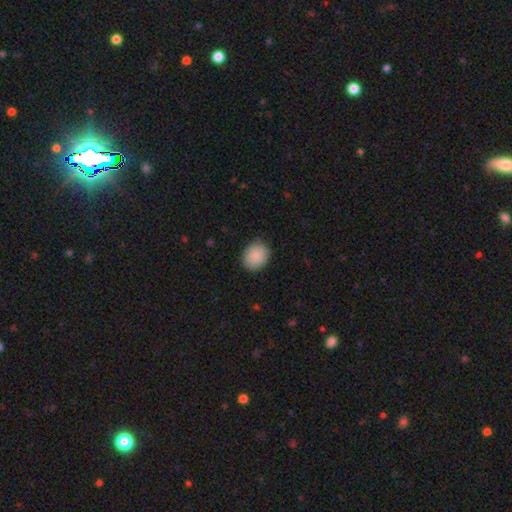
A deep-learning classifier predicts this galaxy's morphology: Smooth or featured? Predicted: smooth (p=0.89). How rounded? Predicted: round (p=0.56). Merging? Predicted: none (p=0.84).